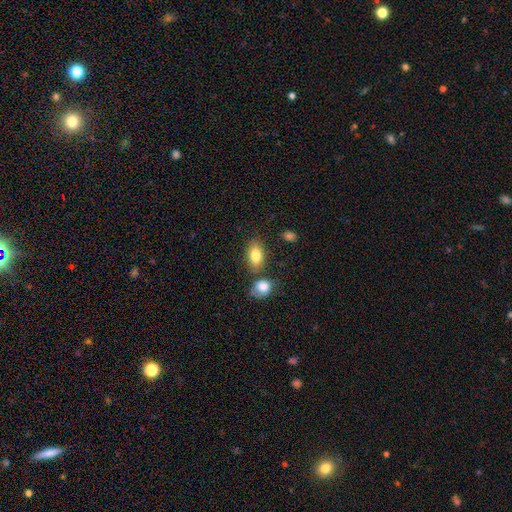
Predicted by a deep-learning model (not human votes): smooth 82%, featured or disk 10%, star or artifact 8%. Down the decision tree: how rounded — in between (88%); merging — none (67%).